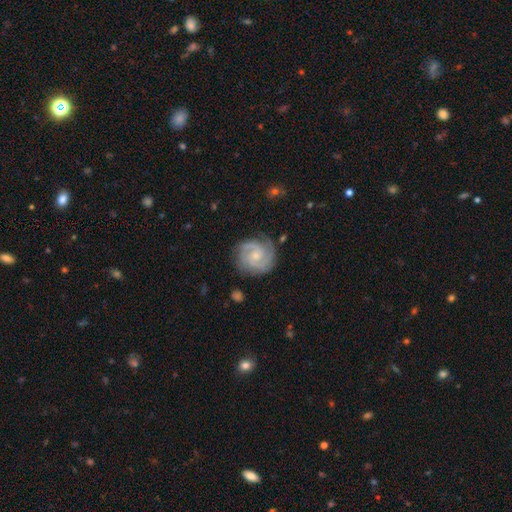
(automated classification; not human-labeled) Smooth or featured? featured or disk (87%)
Edge-on disk? no (98%)
Bar? no (55%)
Spiral arms? yes (98%)
Spiral winding? tight (57%)
Spiral arm count? 2 (63%)
Bulge size? small (60%)
Merging? none (79%)